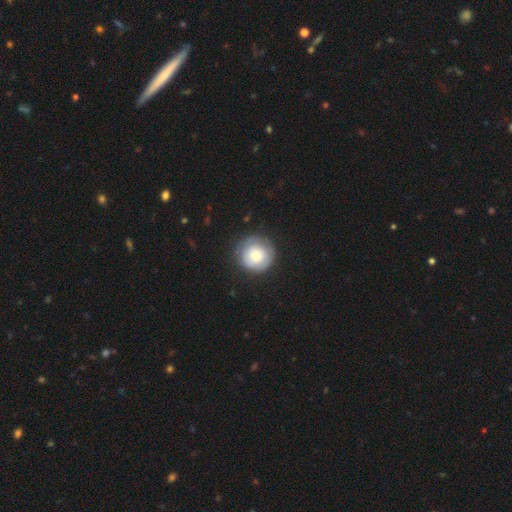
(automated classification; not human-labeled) A smooth galaxy with no disk features (64%) that is round (95%). Merging: none (79%).